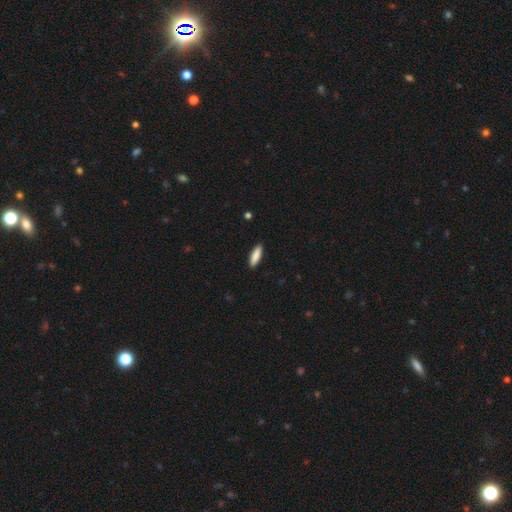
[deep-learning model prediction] This appears to be a smooth galaxy with no disk features (87%) that is cigar-shaped (60%). Merging: none (91%).